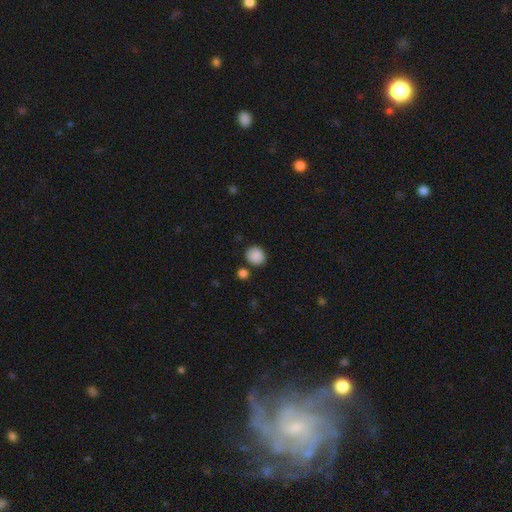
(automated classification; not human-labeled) smooth 88%, star or artifact 8%, featured or disk 4%. Down the decision tree: how rounded — round (84%); merging — none (82%).